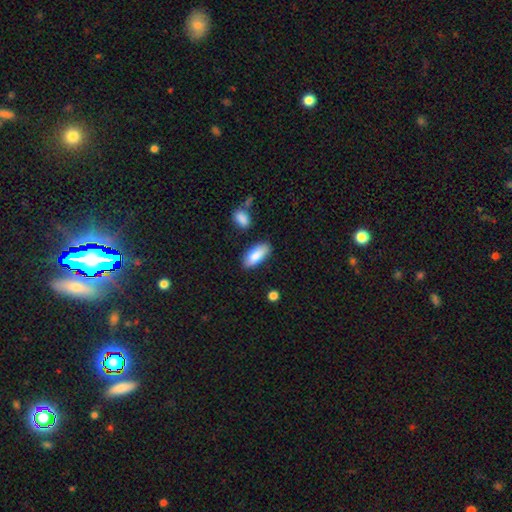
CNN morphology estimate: type=smooth (86%); roundness=in between (87%); merging=none (80%).